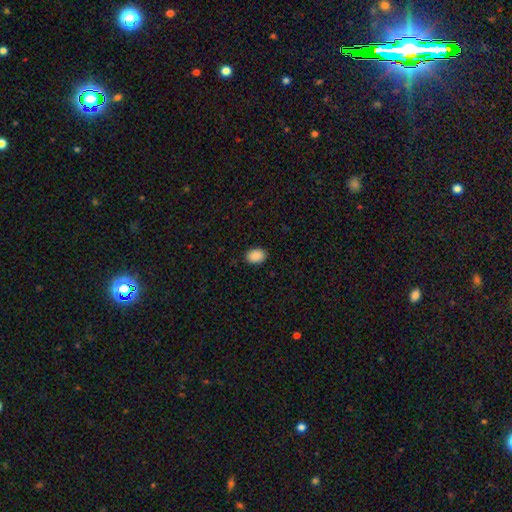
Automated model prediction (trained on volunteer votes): smooth-or-featured: smooth: 90% | star or artifact: 8% | featured or disk: 3%
  how-rounded: in between: 75% | round: 25% | cigar-shaped: 1%
  merging: none: 89% | minor disturbance: 8% | major disturbance: 2% | merger: 1%